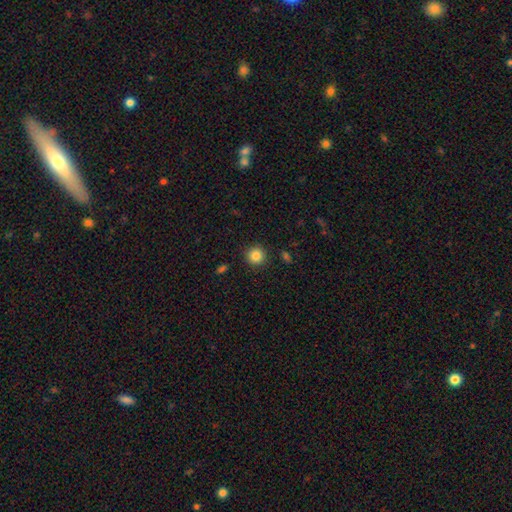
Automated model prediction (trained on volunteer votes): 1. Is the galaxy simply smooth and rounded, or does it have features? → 85% smooth, 10% star or artifact, 5% featured or disk.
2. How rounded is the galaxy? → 94% round, 5% in between, 1% cigar-shaped.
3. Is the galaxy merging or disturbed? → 91% none, 6% minor disturbance, 2% major disturbance, 1% merger.